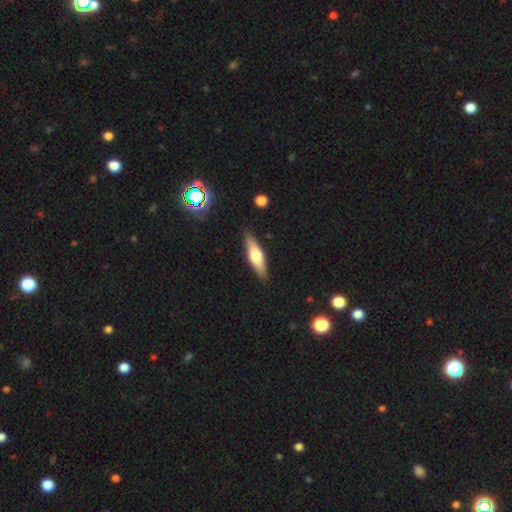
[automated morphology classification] A smooth galaxy with no disk features (50%) that is cigar-shaped (62%).

Vote fractions:
- Smooth or featured? smooth: 50% / featured or disk: 44% / star or artifact: 6%
- How rounded? cigar-shaped: 62% / in between: 36% / round: 2%
- Merging? none: 87% / minor disturbance: 9% / major disturbance: 2% / merger: 1%